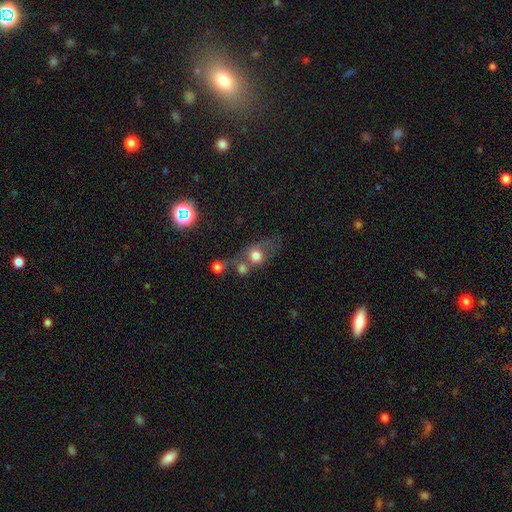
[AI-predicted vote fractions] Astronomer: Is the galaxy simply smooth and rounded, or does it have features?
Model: smooth — 66%.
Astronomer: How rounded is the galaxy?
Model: round — 67%.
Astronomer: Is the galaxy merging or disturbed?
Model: merger — 48% (runner-up: none, 27%).